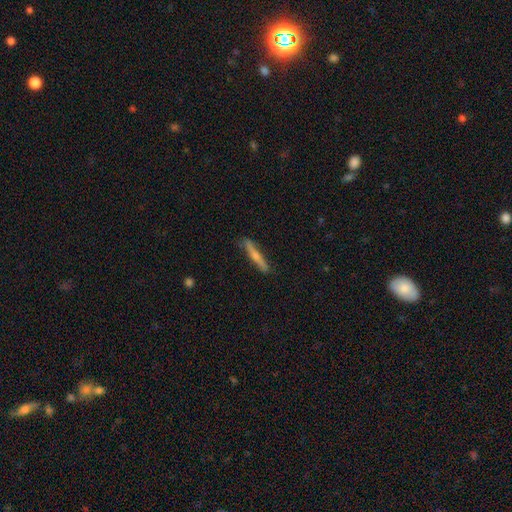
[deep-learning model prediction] featured or disk 49%, smooth 45%, star or artifact 6%. Down the decision tree: merging — none (84%).